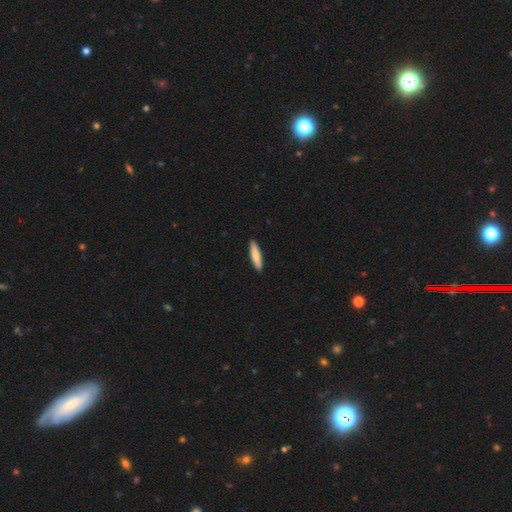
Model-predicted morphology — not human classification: smooth-or-featured: smooth: 80% | featured or disk: 15% | star or artifact: 5%
  how-rounded: cigar-shaped: 81% | in between: 18% | round: 1%
  merging: none: 92% | minor disturbance: 6% | major disturbance: 1% | merger: 1%